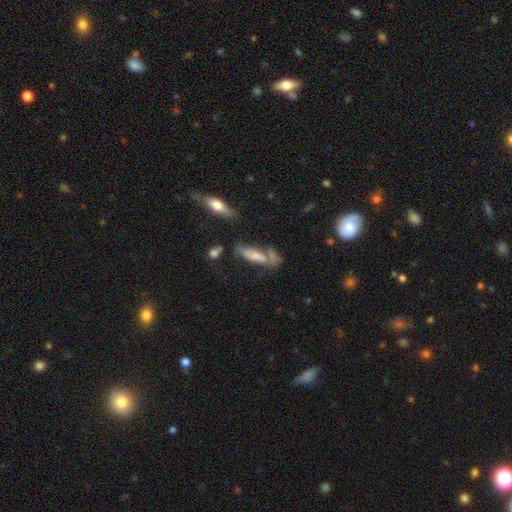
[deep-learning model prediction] The model was most divided on "smooth or featured": smooth: 48%, featured or disk: 40%, star or artifact: 13%. Remaining: merging — none (43%).